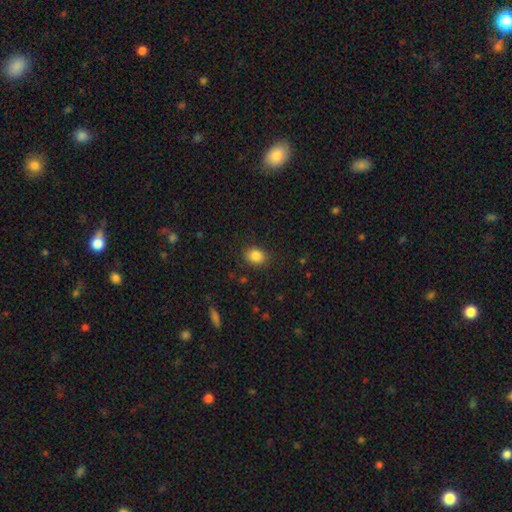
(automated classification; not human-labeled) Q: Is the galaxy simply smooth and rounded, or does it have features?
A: smooth — 85%.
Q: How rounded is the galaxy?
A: in between — 52%.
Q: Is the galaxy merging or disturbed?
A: none — 86%.